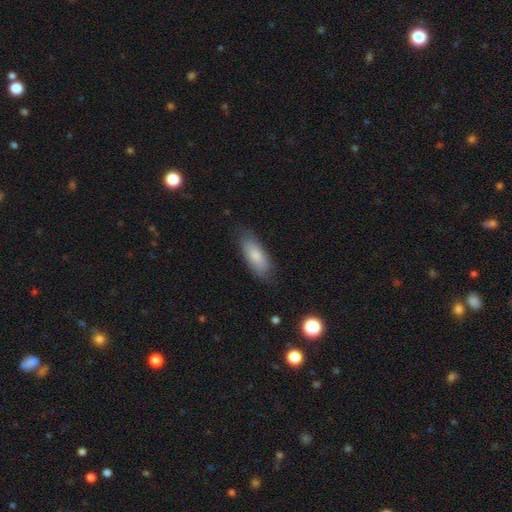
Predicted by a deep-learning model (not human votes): Smooth or featured? Predicted: smooth (p=0.76). How rounded? Predicted: in between (p=0.79). Merging? Predicted: none (p=0.75).